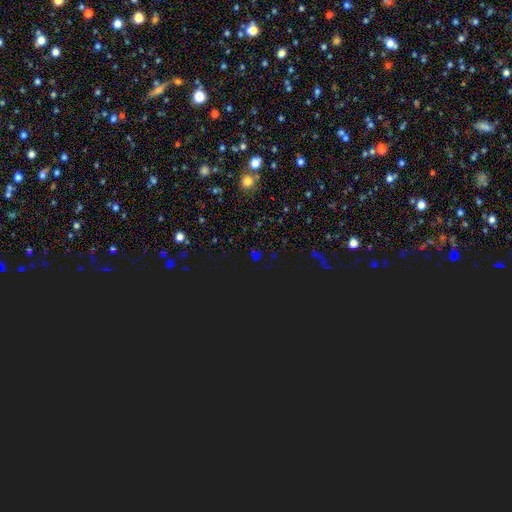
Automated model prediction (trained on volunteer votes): A star or artifact, not a galaxy (70%).

Vote fractions:
- Smooth or featured? star or artifact: 70% / smooth: 23% / featured or disk: 7%